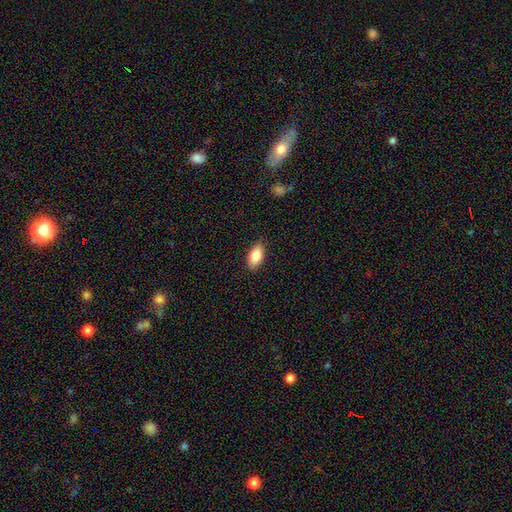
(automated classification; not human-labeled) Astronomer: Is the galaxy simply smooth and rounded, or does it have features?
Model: smooth — 85%.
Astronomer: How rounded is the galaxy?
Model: in between — 91%.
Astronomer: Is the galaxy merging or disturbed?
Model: none — 87%.